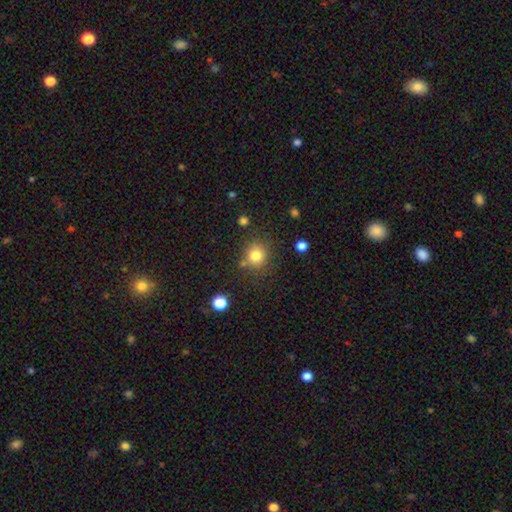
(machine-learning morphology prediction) This is clearly a smooth galaxy (80%). How rounded: clearly round (86%). Merging: likely none (76%).